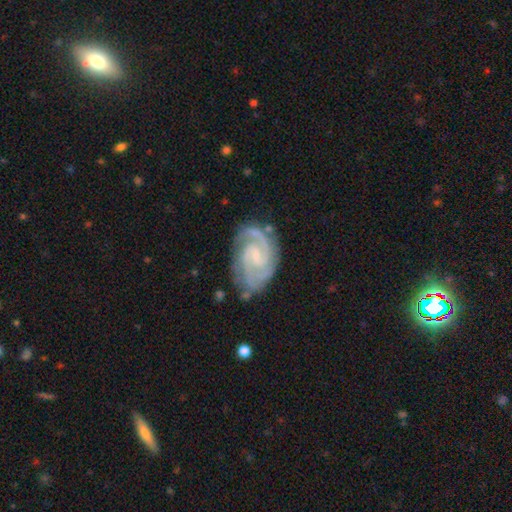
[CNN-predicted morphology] Smooth or featured? featured or disk (92%)
Edge-on disk? no (98%)
Bar? weak (46%)
Spiral arms? yes (99%)
Spiral winding? tight (60%)
Spiral arm count? 2 (71%)
Bulge size? small (61%)
Merging? none (74%)